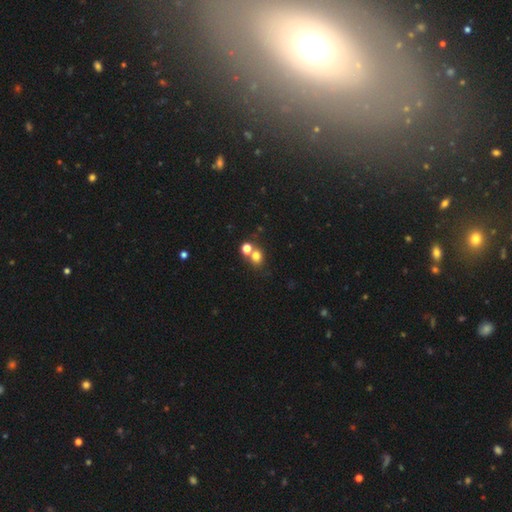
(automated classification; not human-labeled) Smooth or featured: smooth — 73% (star or artifact — 17%)
How rounded: round — 73% (in between — 26%)
Merging: none — 49% (merger — 40%)